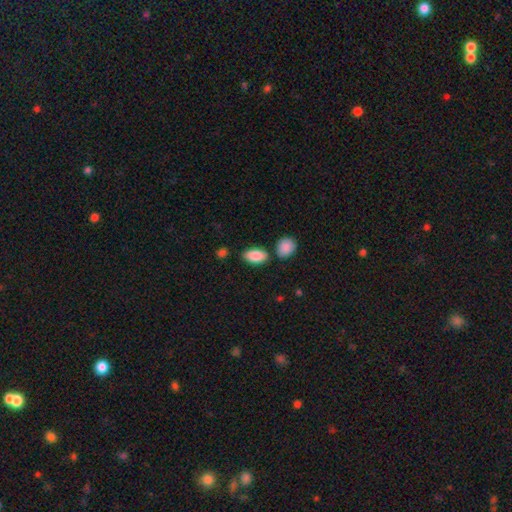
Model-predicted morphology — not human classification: Q: Smooth or featured?
A: smooth (88%); runner-up: star or artifact (6%)
Q: How rounded?
A: in between (93%); runner-up: round (4%)
Q: Merging?
A: none (76%); runner-up: minor disturbance (12%)